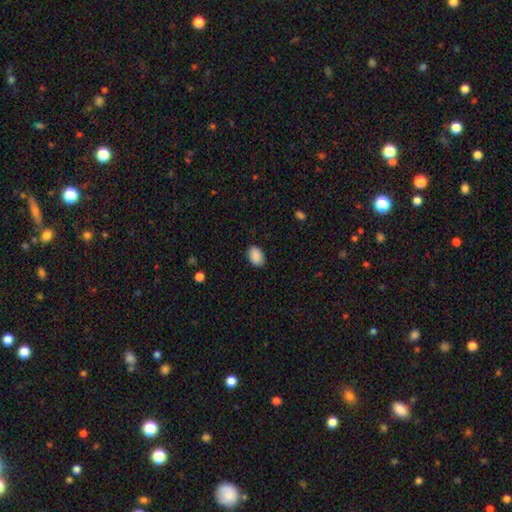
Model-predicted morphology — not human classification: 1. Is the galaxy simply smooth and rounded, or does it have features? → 90% smooth, 7% star or artifact, 3% featured or disk.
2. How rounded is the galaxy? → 84% in between, 15% round, 1% cigar-shaped.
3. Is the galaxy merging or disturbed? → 87% none, 10% minor disturbance, 2% major disturbance, 1% merger.